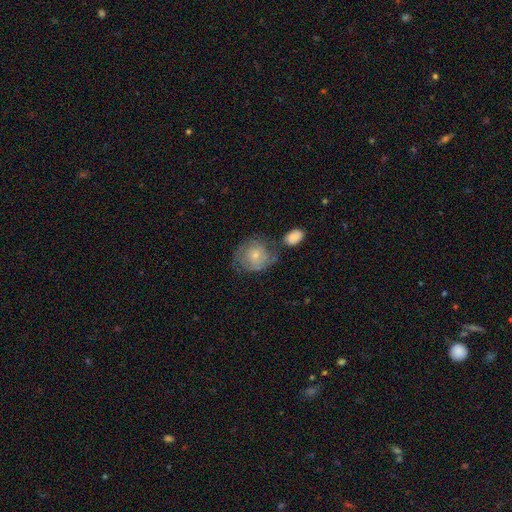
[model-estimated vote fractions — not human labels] Smooth or featured? smooth (55%)
How rounded? round (76%)
Merging? none (47%)